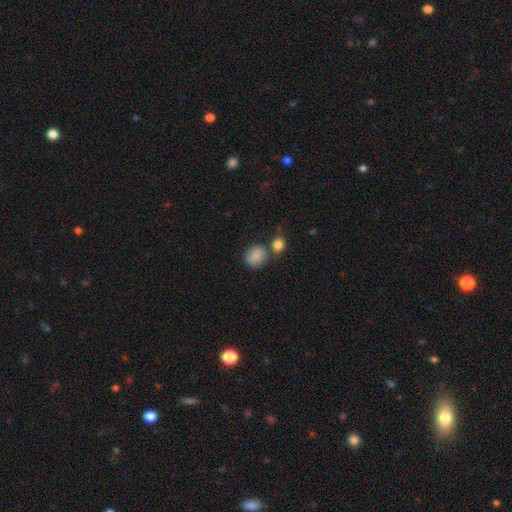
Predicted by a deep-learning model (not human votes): Q: Smooth or featured?
A: smooth (87%); runner-up: star or artifact (8%)
Q: How rounded?
A: round (67%); runner-up: in between (32%)
Q: Merging?
A: none (59%); runner-up: merger (23%)